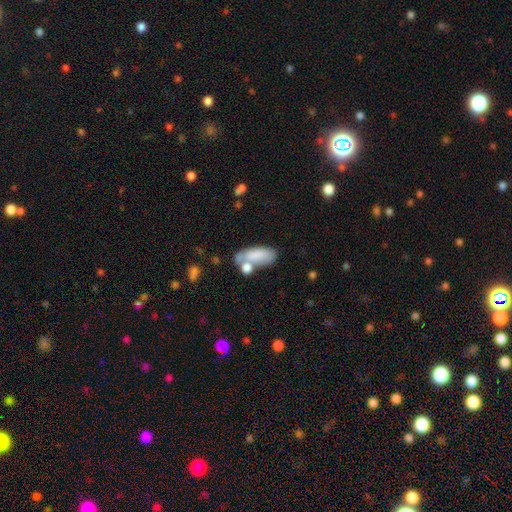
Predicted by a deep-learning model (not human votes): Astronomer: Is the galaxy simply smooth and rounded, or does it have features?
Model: smooth — 76%.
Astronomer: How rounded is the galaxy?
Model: in between — 83%.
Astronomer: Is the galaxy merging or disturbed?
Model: none — 39% (runner-up: merger, 32%).